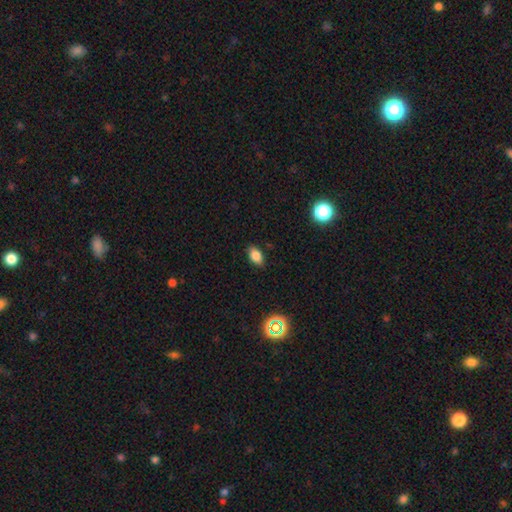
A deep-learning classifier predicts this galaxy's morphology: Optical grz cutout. It shows a smooth galaxy with no disk features (80%) that is in between round and cigar-shaped (87%). Merging: none (84%).